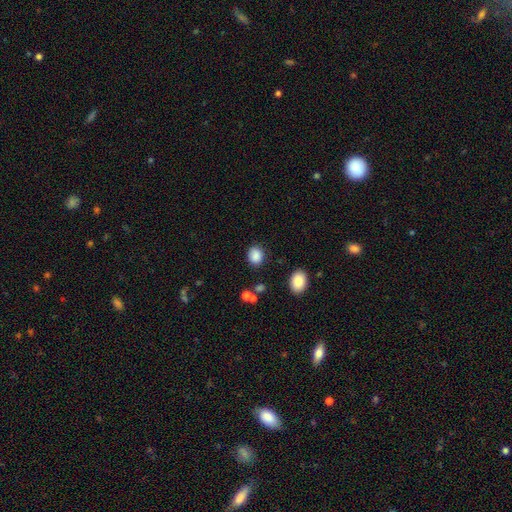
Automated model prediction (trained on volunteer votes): Overall: smooth (87%). How rounded: round (57%; in between 42%). Merging: none (84%).